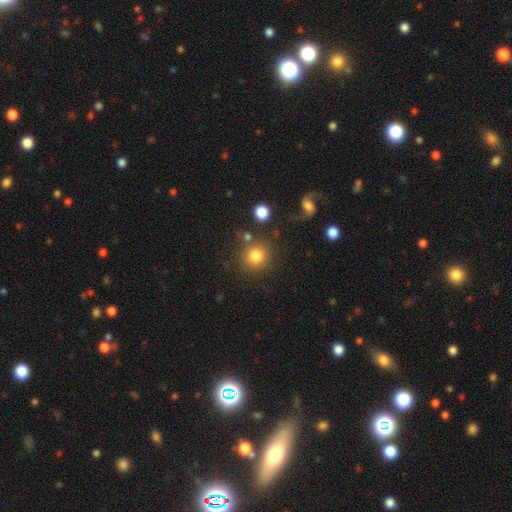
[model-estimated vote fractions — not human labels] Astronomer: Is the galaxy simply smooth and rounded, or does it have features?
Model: smooth — 82%.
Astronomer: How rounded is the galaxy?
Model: round — 90%.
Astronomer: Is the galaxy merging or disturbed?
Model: none — 79%.